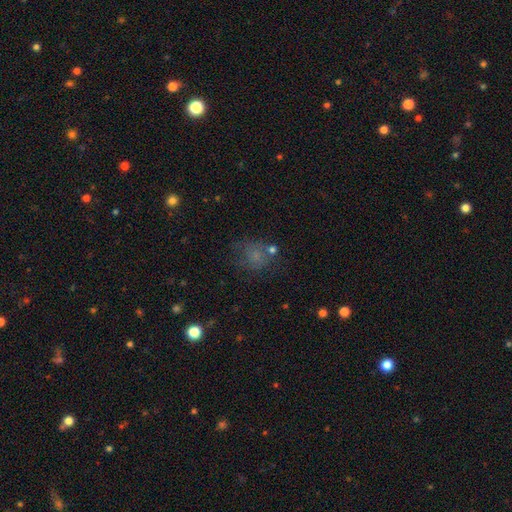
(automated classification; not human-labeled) smooth-or-featured: smooth: 59% | star or artifact: 22% | featured or disk: 19%
  how-rounded: round: 66% | in between: 33% | cigar-shaped: 1%
  merging: none: 54% | minor disturbance: 21% | major disturbance: 17% | merger: 8%